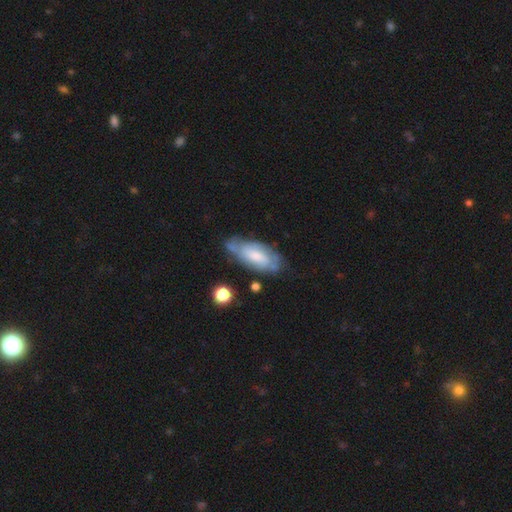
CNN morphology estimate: This appears to be a featured or disk galaxy (49%). Merging: none (54%).